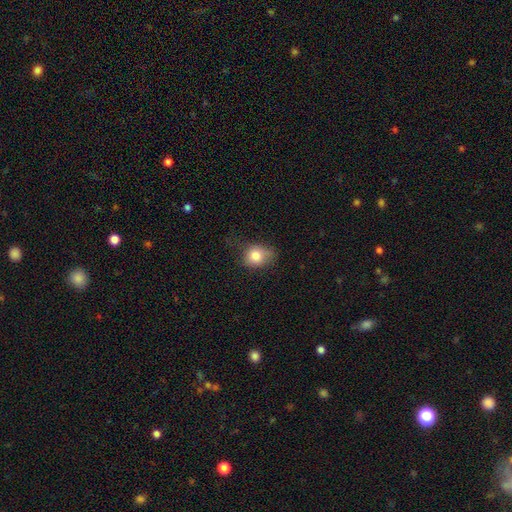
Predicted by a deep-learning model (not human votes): smooth_or_featured: smooth (p=0.81) [alt: star or artifact p=0.10]
how_rounded: round (p=0.53) [alt: in between p=0.46]
merging: none (p=0.51) [alt: minor disturbance p=0.33]